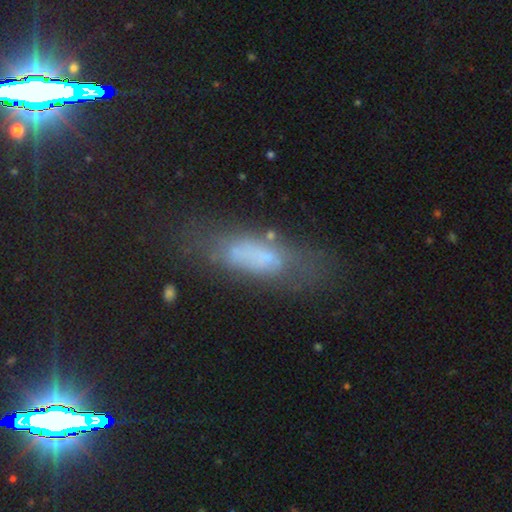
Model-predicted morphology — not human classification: Overall: smooth (56%; featured or disk 29%). How rounded: in between (53%; cigar-shaped 44%). Merging: none (51%; minor disturbance 23%).